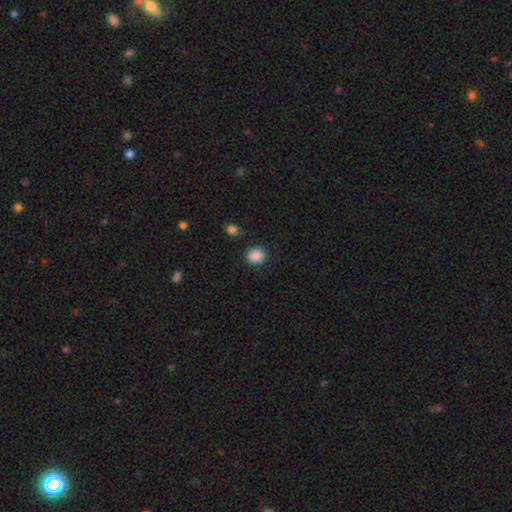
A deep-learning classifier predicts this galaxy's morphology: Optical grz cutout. It shows a smooth galaxy with no disk features (88%) that is round (77%). Merging: none (87%).